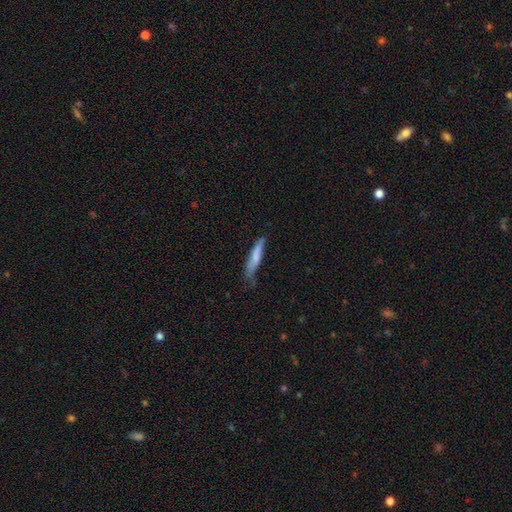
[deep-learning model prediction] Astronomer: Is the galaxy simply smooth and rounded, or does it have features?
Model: smooth — 71%.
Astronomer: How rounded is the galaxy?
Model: cigar-shaped — 87%.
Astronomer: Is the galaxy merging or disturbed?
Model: none — 52% (runner-up: minor disturbance, 35%).